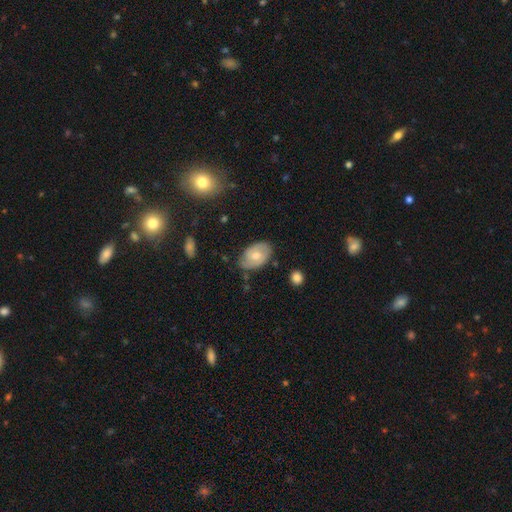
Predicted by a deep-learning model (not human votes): Smooth or featured? smooth (50%)
How rounded? in between (89%)
Merging? none (69%)